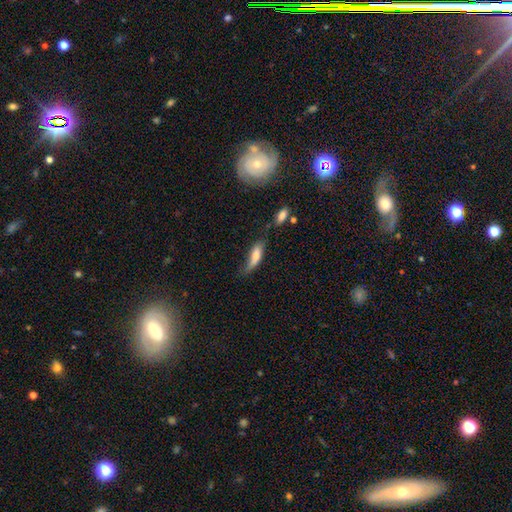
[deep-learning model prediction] Smooth or featured? Predicted: smooth (p=0.69). How rounded? Predicted: in between (p=0.50). Merging? Predicted: none (p=0.35).